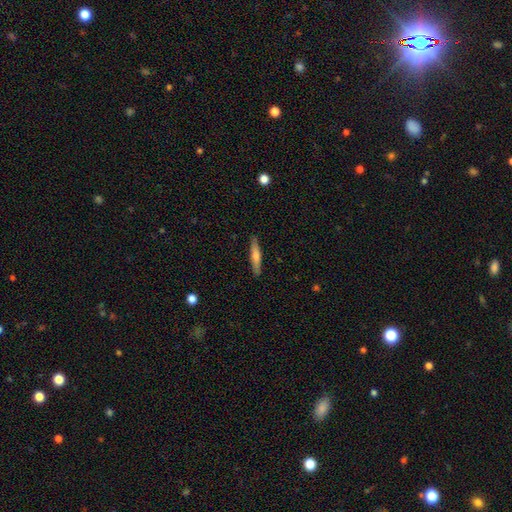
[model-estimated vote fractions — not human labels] The model was most divided on "smooth or featured": smooth: 51%, featured or disk: 43%, star or artifact: 6%. More confident: how rounded — cigar-shaped (91%); merging — none (90%).